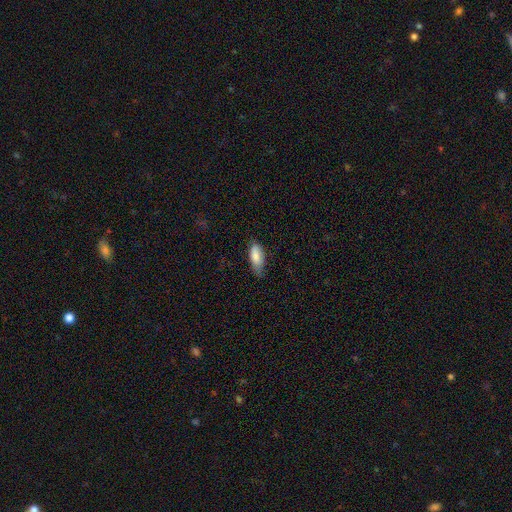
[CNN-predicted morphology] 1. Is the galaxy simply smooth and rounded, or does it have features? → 83% smooth, 11% featured or disk, 6% star or artifact.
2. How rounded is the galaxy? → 84% in between, 14% cigar-shaped, 2% round.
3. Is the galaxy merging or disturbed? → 60% none, 32% minor disturbance, 7% major disturbance, 1% merger.